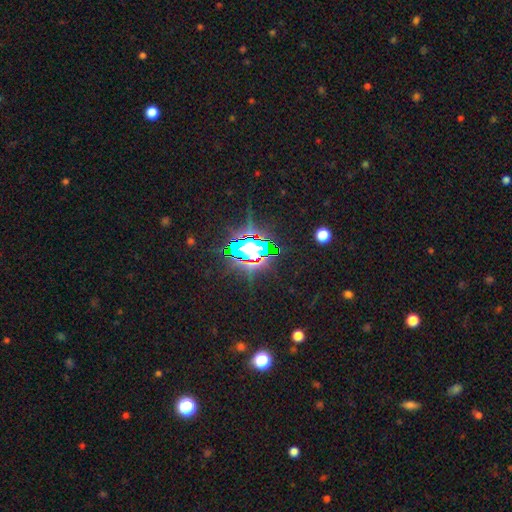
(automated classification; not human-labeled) smooth_or_featured: star or artifact (p=0.75) [alt: smooth p=0.13]